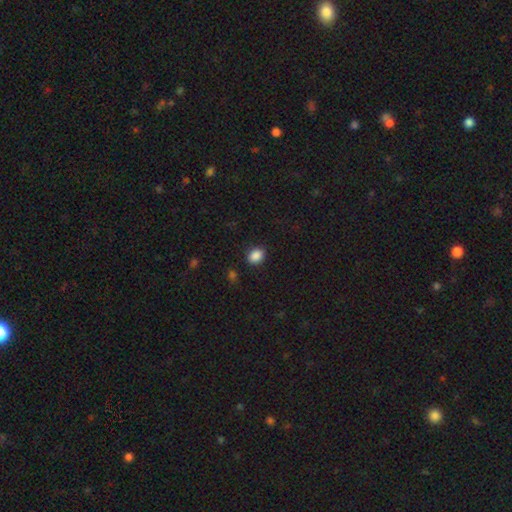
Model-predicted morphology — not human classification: Smooth or featured? Predicted: smooth (p=0.87). How rounded? Predicted: in between (p=0.57). Merging? Predicted: none (p=0.85).